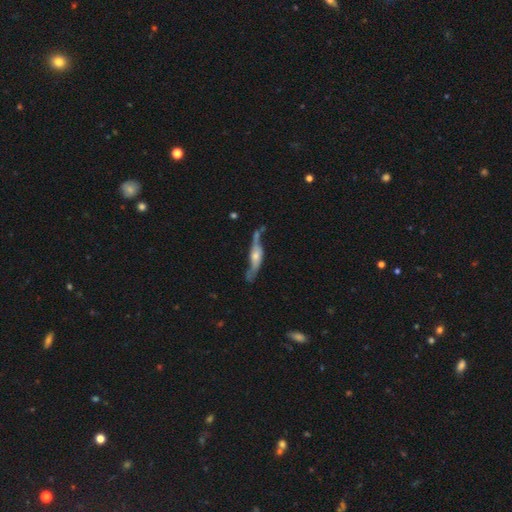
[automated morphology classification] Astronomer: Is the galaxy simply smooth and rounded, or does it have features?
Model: featured or disk — 73%.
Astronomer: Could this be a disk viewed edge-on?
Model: yes — 60% (runner-up: no, 40%).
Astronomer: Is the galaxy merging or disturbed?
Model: none — 53%.